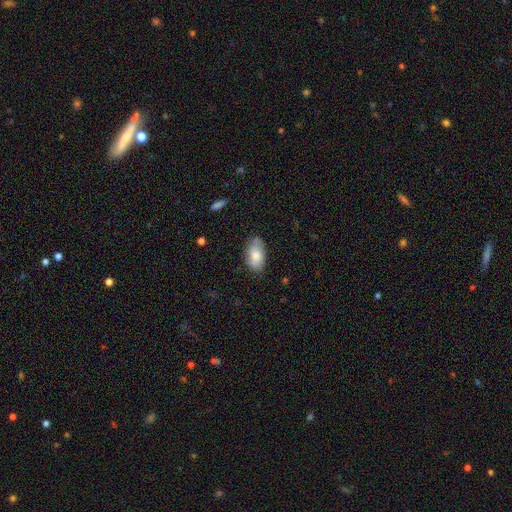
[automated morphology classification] A smooth galaxy with no disk features (78%) that is in between round and cigar-shaped (94%).

Vote fractions:
- Smooth or featured? smooth: 78% / featured or disk: 15% / star or artifact: 7%
- How rounded? in between: 94% / round: 4% / cigar-shaped: 3%
- Merging? none: 74% / minor disturbance: 20% / major disturbance: 4% / merger: 2%